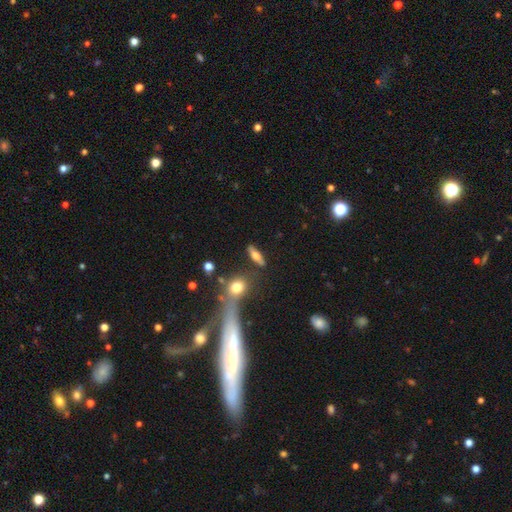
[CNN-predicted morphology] smooth_or_featured: smooth (p=0.57) [alt: featured or disk p=0.33]
how_rounded: in between (p=0.52) [alt: cigar-shaped p=0.42]
merging: none (p=0.73) [alt: minor disturbance p=0.13]